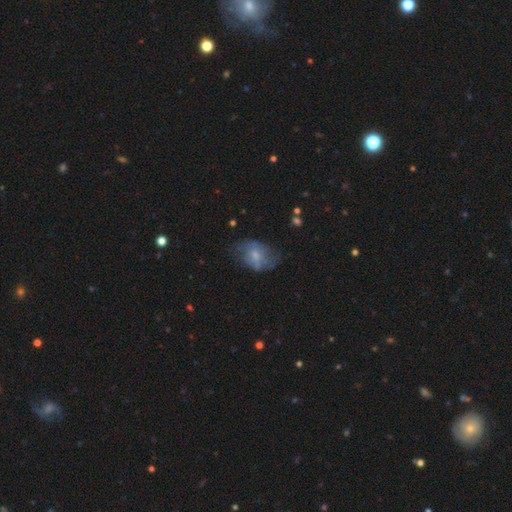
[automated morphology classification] Smooth or featured? Predicted: smooth (p=0.55). How rounded? Predicted: in between (p=0.78). Merging? Predicted: none (p=0.47).